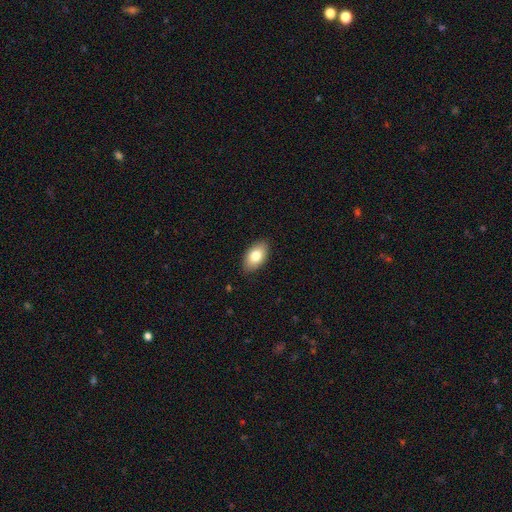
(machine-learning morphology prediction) The model was most divided on "smooth or featured": smooth: 80%, featured or disk: 14%, star or artifact: 7%. More confident: how rounded — in between (93%); merging — none (88%).